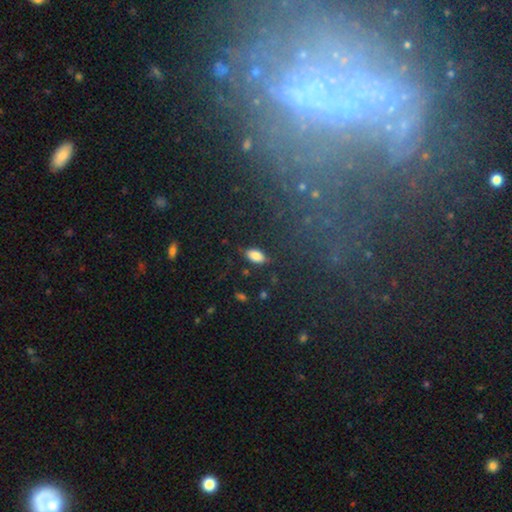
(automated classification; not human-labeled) smooth_or_featured: smooth (p=0.84) [alt: star or artifact p=0.10]
how_rounded: in between (p=0.92) [alt: cigar-shaped p=0.05]
merging: none (p=0.79) [alt: minor disturbance p=0.14]